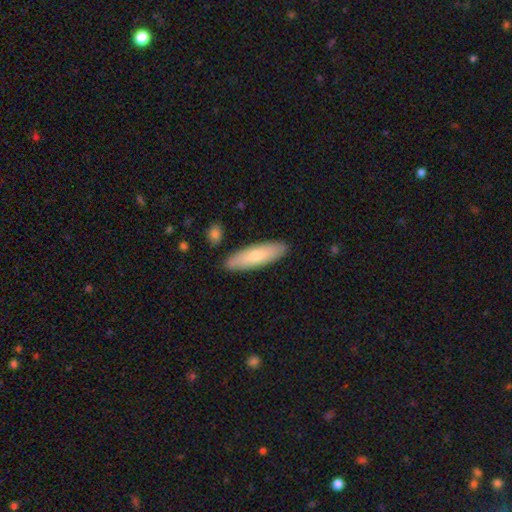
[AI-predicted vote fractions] Smooth or featured?
  - smooth: 72% *
  - featured or disk: 22%
  - star or artifact: 5%
How rounded?
  - cigar-shaped: 55% *
  - in between: 44%
  - round: 2%
Merging?
  - none: 88% *
  - minor disturbance: 9%
  - merger: 2%
  - major disturbance: 2%